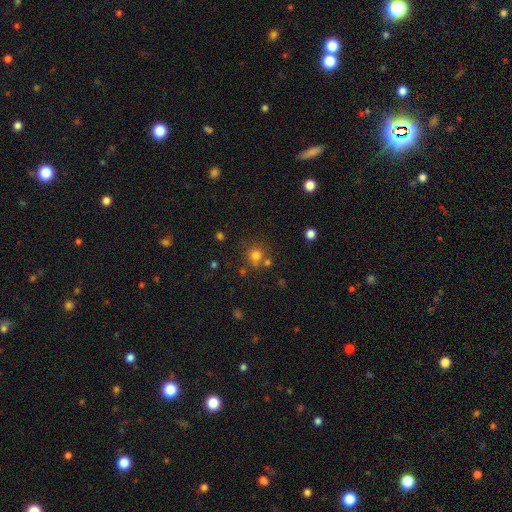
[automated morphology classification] Smooth or featured? smooth (75%)
How rounded? round (90%)
Merging? none (68%)